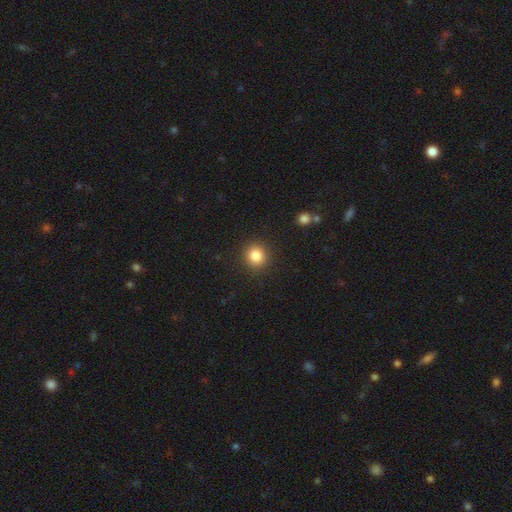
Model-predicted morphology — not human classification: Smooth or featured? Predicted: smooth (p=0.84). How rounded? Predicted: round (p=0.89). Merging? Predicted: none (p=0.90).